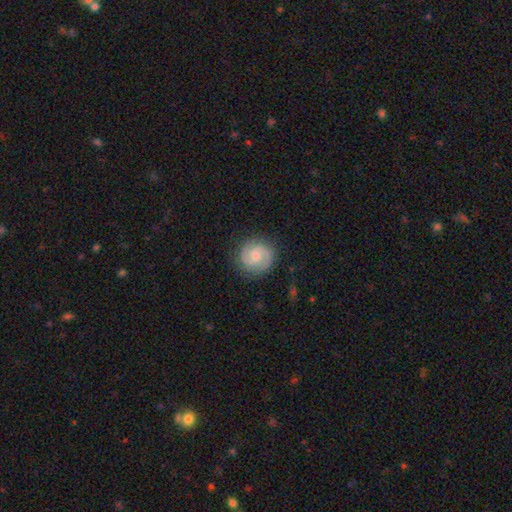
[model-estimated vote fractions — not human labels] smooth_or_featured: featured or disk (p=0.83) [alt: smooth p=0.12]
disk_edge_on: no (p=0.98) [alt: yes p=0.02]
bar: no (p=0.60) [alt: weak p=0.34]
has_spiral_arms: yes (p=0.98) [alt: no p=0.02]
spiral_winding: tight (p=0.54) [alt: medium p=0.40]
spiral_arm_count: 2 (p=0.91) [alt: can't tell p=0.03]
bulge_size: small (p=0.54) [alt: moderate p=0.38]
merging: none (p=0.86) [alt: minor disturbance p=0.10]